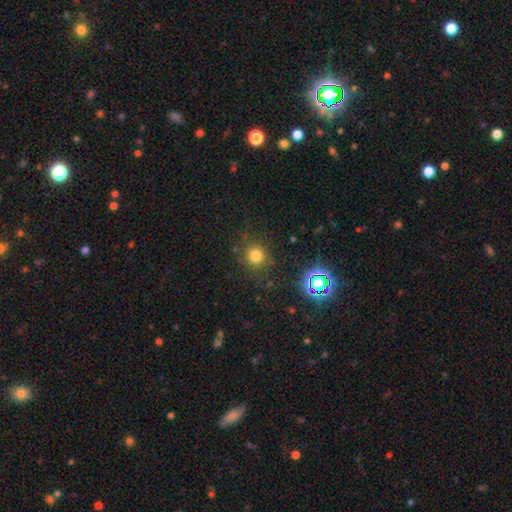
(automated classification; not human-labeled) Smooth or featured? smooth (74%)
How rounded? round (91%)
Merging? none (82%)